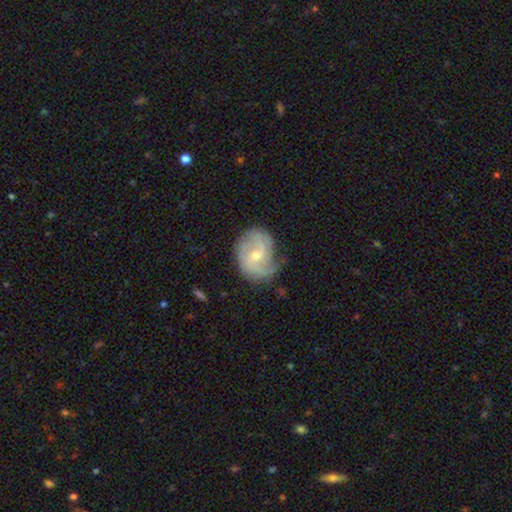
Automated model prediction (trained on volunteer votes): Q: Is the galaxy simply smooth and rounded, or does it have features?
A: featured or disk — 80%.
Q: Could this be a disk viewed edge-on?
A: no — 97%.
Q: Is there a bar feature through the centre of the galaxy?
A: no — 49%.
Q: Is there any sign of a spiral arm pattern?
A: yes — 94%.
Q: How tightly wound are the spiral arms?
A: medium — 42%.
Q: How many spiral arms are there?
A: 2 — 48%.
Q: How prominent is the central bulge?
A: small — 56%.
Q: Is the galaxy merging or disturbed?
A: none — 65%.